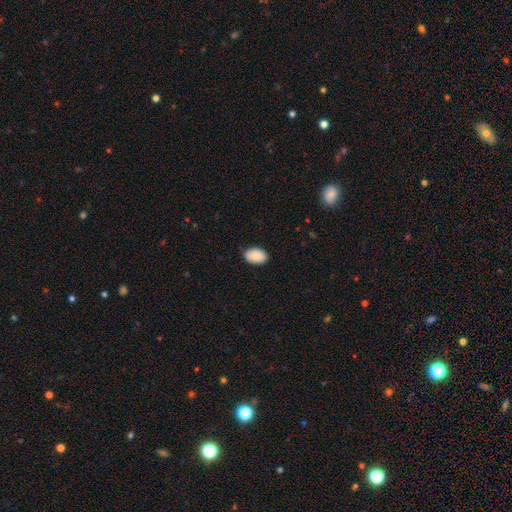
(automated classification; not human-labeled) This is clearly a smooth galaxy (88%). How rounded: clearly in between (89%). Merging: clearly none (87%).